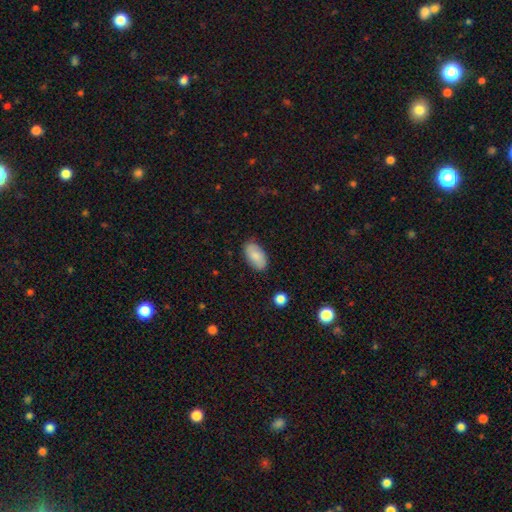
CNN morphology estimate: Smooth or featured?
  - smooth: 82% *
  - featured or disk: 11%
  - star or artifact: 7%
How rounded?
  - in between: 94% *
  - round: 4%
  - cigar-shaped: 2%
Merging?
  - none: 83% *
  - minor disturbance: 13%
  - major disturbance: 3%
  - merger: 1%